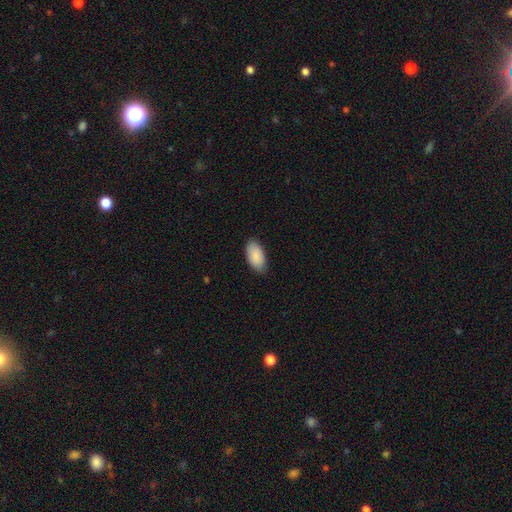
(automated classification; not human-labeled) Smooth or featured: smooth — 90% (star or artifact — 6%)
How rounded: in between — 95% (cigar-shaped — 3%)
Merging: none — 85% (minor disturbance — 12%)